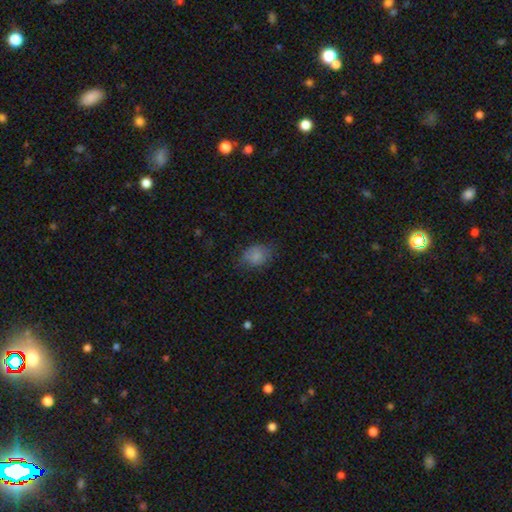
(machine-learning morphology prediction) Smooth or featured?
  - smooth: 81% *
  - star or artifact: 10%
  - featured or disk: 9%
How rounded?
  - in between: 60% *
  - round: 39%
  - cigar-shaped: 1%
Merging?
  - none: 63% *
  - minor disturbance: 27%
  - major disturbance: 9%
  - merger: 1%